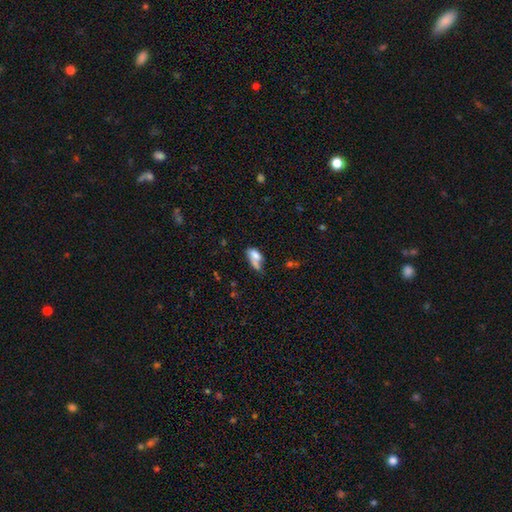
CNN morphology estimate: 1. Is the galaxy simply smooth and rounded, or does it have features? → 68% smooth, 22% featured or disk, 11% star or artifact.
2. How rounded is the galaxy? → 84% in between, 8% cigar-shaped, 8% round.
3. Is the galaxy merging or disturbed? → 38% merger, 26% none, 20% minor disturbance, 16% major disturbance.